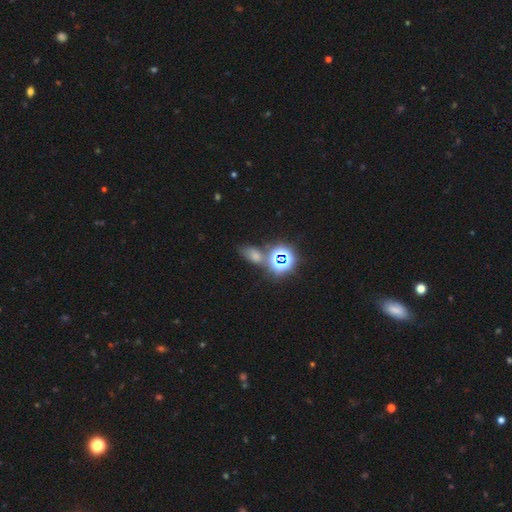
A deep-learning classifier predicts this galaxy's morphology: Q: Smooth or featured?
A: star or artifact (60%); runner-up: smooth (30%)